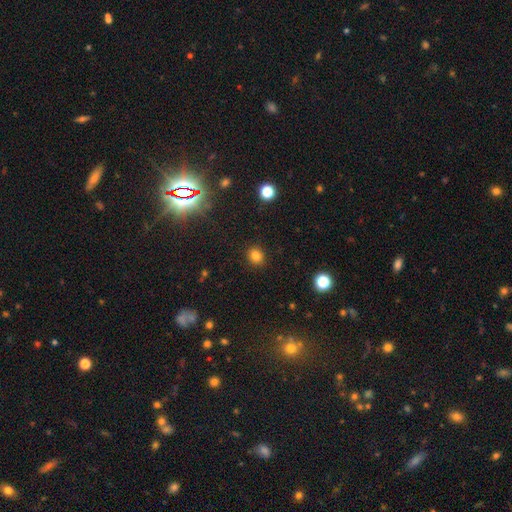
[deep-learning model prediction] Smooth or featured? Predicted: smooth (p=0.81). How rounded? Predicted: round (p=0.78). Merging? Predicted: none (p=0.90).